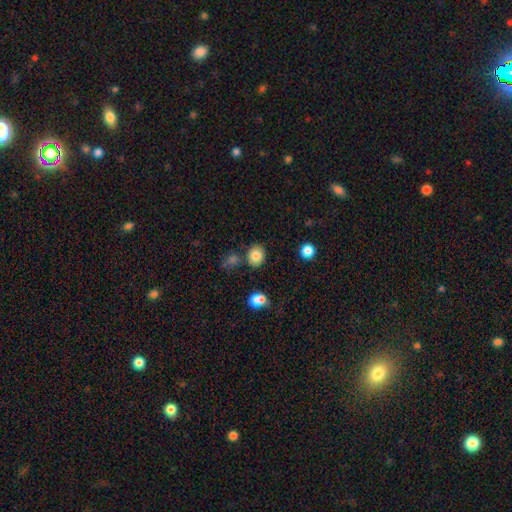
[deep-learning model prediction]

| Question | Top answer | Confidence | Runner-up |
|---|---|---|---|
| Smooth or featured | smooth | 82% | star or artifact (11%) |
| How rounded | round | 60% | in between (39%) |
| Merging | none | 81% | minor disturbance (10%) |